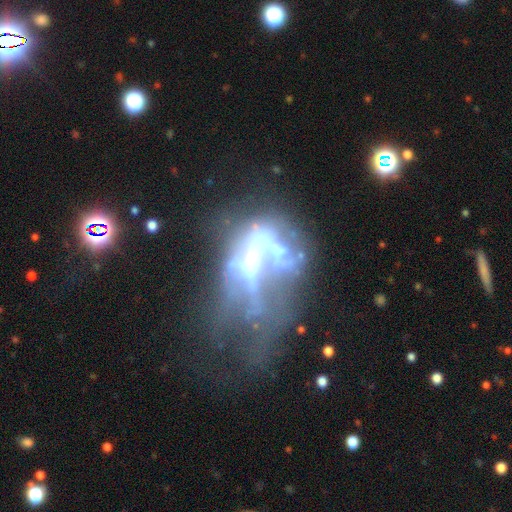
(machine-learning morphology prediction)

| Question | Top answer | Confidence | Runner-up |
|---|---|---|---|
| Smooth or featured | featured or disk | 67% | smooth (17%) |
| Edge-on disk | no | 93% | yes (7%) |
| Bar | no | 59% | strong (23%) |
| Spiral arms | no | 79% | yes (21%) |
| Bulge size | moderate | 31% | none (30%) |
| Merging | major disturbance | 48% | merger (27%) |